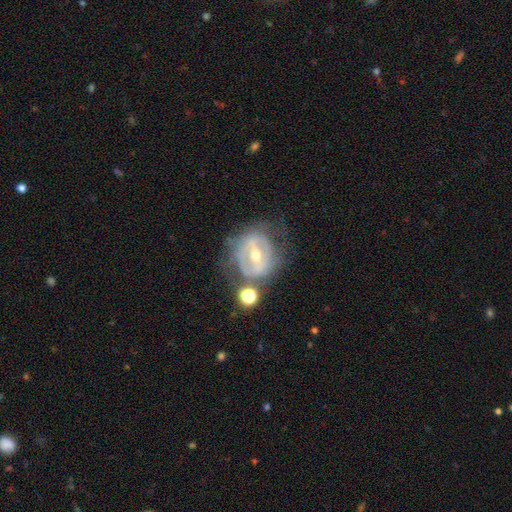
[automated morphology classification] Overall: featured or disk (78%). Edge-on disk: no (94%). Bar: strong (51%; weak 33%). Spiral arms: yes (60%; no 40%). Bulge size: moderate (62%; small 34%). Merging: none (56%; minor disturbance 19%).